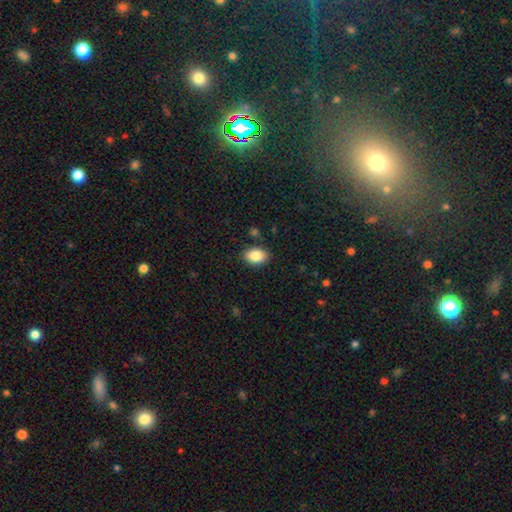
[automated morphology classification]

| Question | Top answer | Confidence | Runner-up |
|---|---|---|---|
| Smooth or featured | smooth | 86% | star or artifact (8%) |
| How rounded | in between | 82% | round (17%) |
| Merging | none | 86% | minor disturbance (9%) |